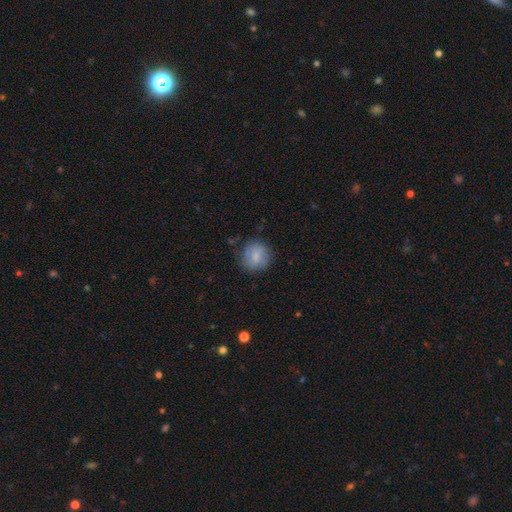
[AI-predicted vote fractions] This is likely a smooth galaxy (71%). How rounded: clearly round (85%). Merging: likely none (75%).